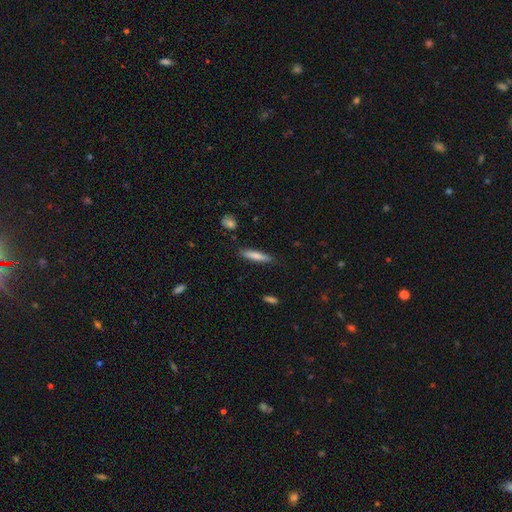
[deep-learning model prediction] smooth_or_featured: smooth (p=0.74) [alt: featured or disk p=0.20]
how_rounded: cigar-shaped (p=0.87) [alt: in between p=0.12]
merging: none (p=0.86) [alt: minor disturbance p=0.10]